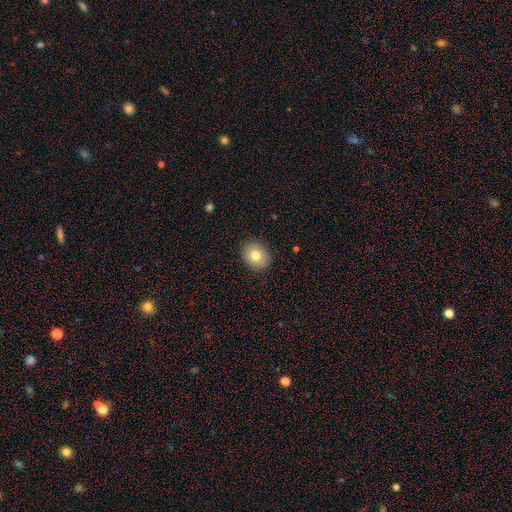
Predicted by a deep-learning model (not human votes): A smooth galaxy with no disk features (78%) that is round (60%).

Vote fractions:
- Smooth or featured? smooth: 78% / featured or disk: 13% / star or artifact: 9%
- How rounded? round: 60% / in between: 39% / cigar-shaped: 1%
- Merging? none: 89% / minor disturbance: 8% / major disturbance: 2% / merger: 1%